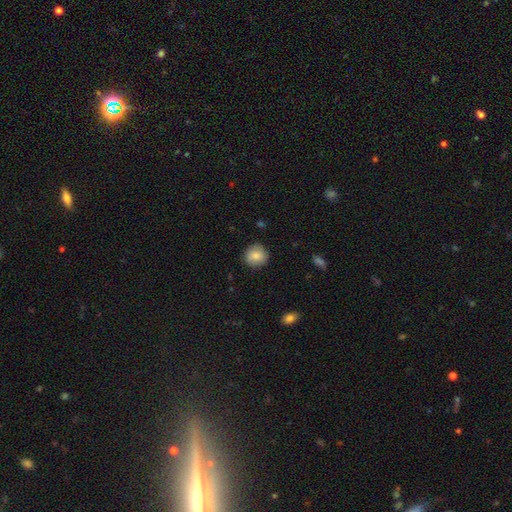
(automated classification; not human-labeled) Smooth or featured?
  - smooth: 82% *
  - featured or disk: 10%
  - star or artifact: 8%
How rounded?
  - round: 90% *
  - in between: 9%
  - cigar-shaped: 1%
Merging?
  - none: 86% *
  - minor disturbance: 10%
  - major disturbance: 2%
  - merger: 1%